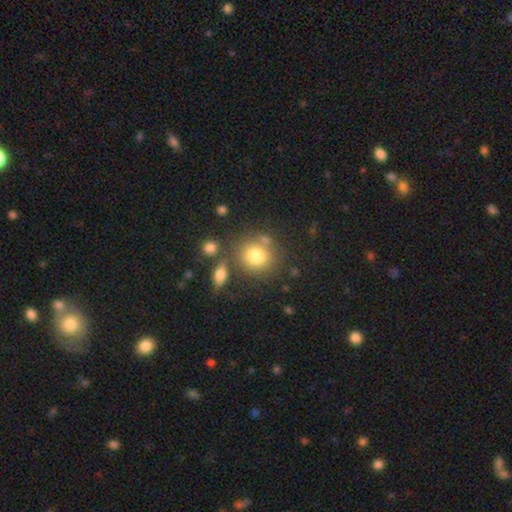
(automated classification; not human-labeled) Morphology: type=smooth (79%); roundness=round (85%); merging=none (69%).